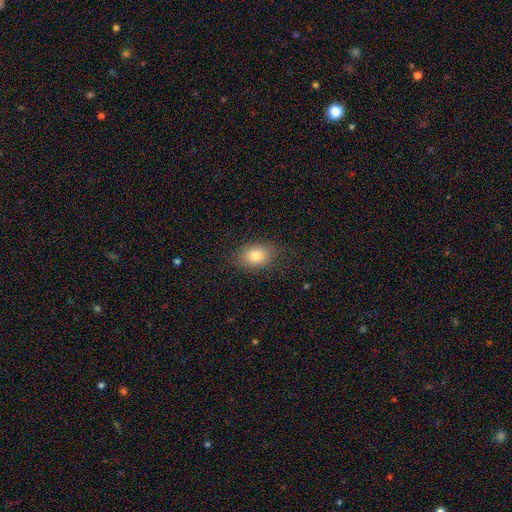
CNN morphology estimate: A smooth galaxy with no disk features (82%) that is in between round and cigar-shaped (74%).

Vote fractions:
- Smooth or featured? smooth: 82% / star or artifact: 9% / featured or disk: 9%
- How rounded? in between: 74% / round: 25% / cigar-shaped: 1%
- Merging? none: 81% / minor disturbance: 13% / major disturbance: 5% / merger: 1%